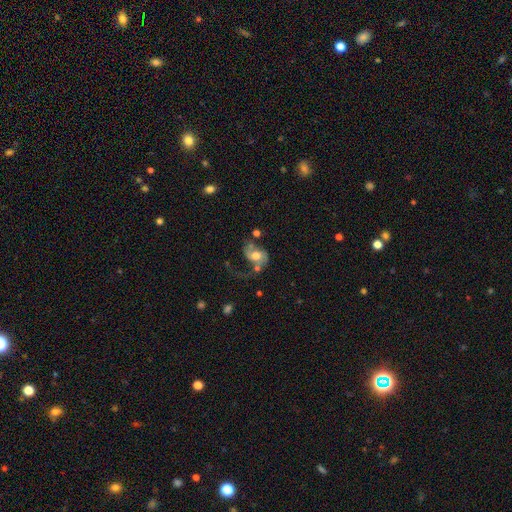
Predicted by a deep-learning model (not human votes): featured or disk 58%, smooth 34%, star or artifact 8%. Down the decision tree: edge-on disk — no (97%); bar — no (68%); spiral arms — yes (77%); bulge size — moderate (65%); merging — major disturbance (38%).